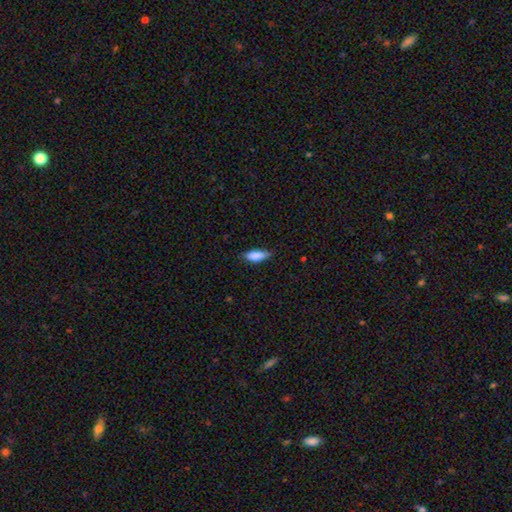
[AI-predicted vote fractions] Smooth or featured: smooth — 84% (featured or disk — 10%)
How rounded: in between — 68% (cigar-shaped — 30%)
Merging: none — 74% (minor disturbance — 21%)